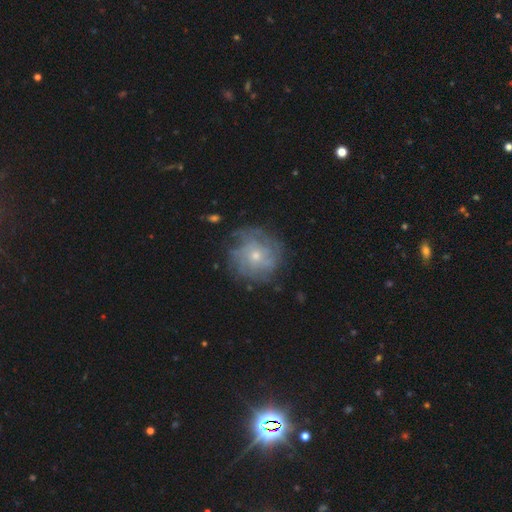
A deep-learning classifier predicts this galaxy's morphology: Overall: featured or disk (69%). Edge-on disk: no (97%). Bar: no (82%). Spiral arms: yes (81%). Spiral arm count: can't tell (50%; 4 14%). Spiral winding: tight (60%; medium 27%). Bulge size: small (56%; moderate 40%). Merging: none (74%).